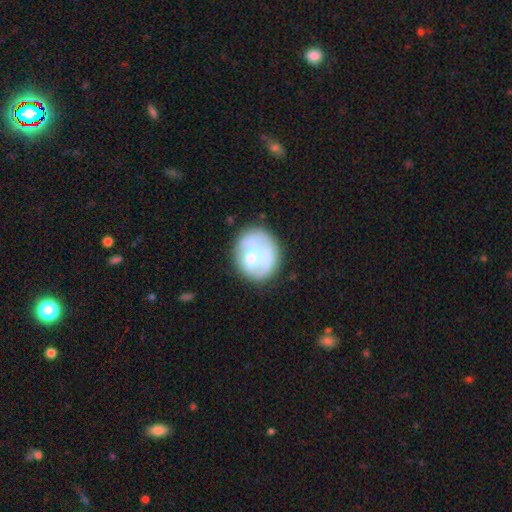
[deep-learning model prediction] Smooth or featured? featured or disk (52%)
Edge-on disk? no (98%)
Bar? no (82%)
Spiral arms? no (72%)
Bulge size? moderate (52%)
Merging? none (57%)